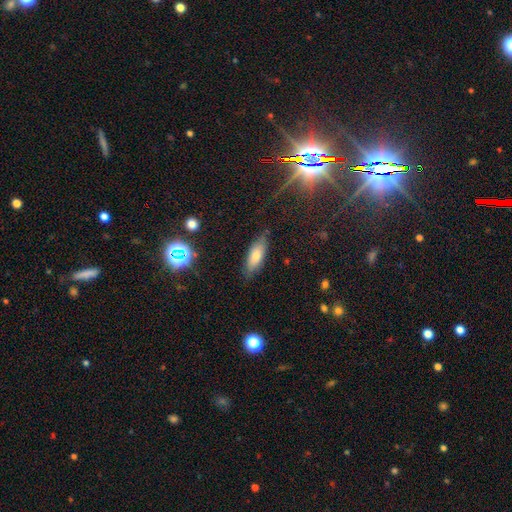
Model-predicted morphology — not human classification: type=smooth (76%); roundness=in between (71%); merging=none (80%).